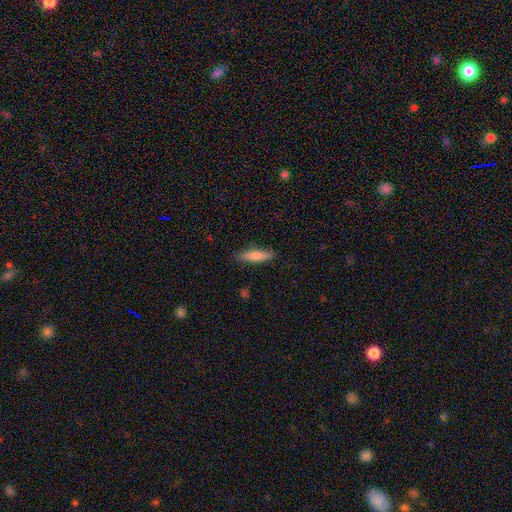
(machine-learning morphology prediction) Smooth or featured: smooth — 73% (featured or disk — 21%)
How rounded: cigar-shaped — 73% (in between — 25%)
Merging: none — 86% (minor disturbance — 11%)